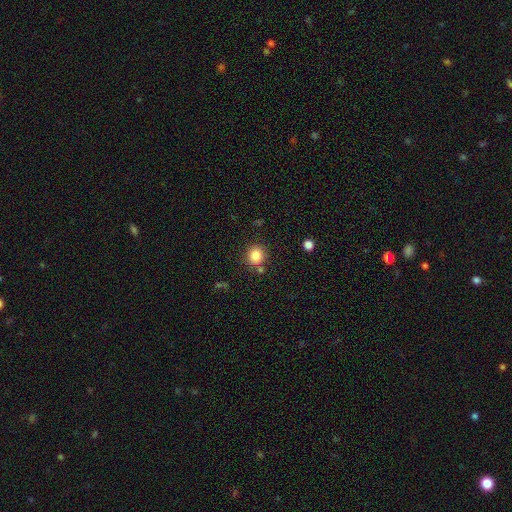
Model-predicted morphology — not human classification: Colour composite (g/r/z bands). It shows a smooth galaxy with no disk features (84%) that is round (85%). Merging: none (79%).